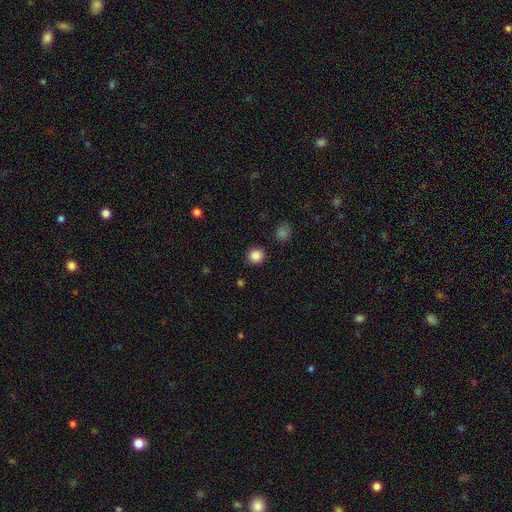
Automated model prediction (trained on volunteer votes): Morphology: type=smooth (86%); roundness=round (93%); merging=none (91%).